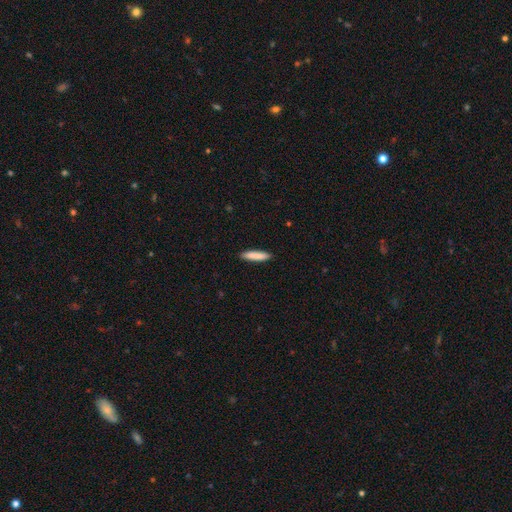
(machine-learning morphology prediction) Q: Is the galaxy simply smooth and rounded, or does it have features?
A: smooth — 87%.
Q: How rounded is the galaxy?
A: cigar-shaped — 85%.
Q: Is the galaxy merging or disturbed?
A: none — 90%.